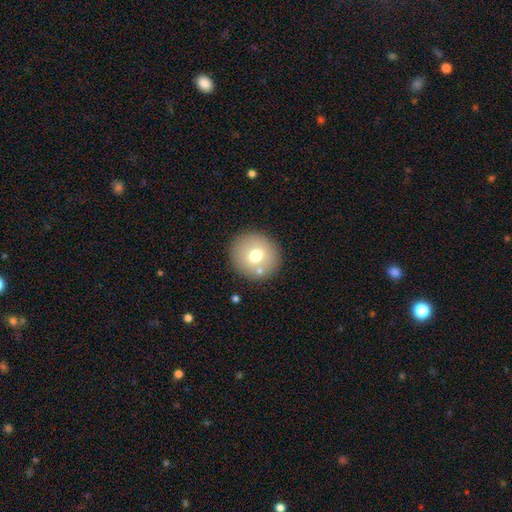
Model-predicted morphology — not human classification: This is likely a smooth galaxy (69%). How rounded: clearly round (88%). Merging: clearly none (83%).